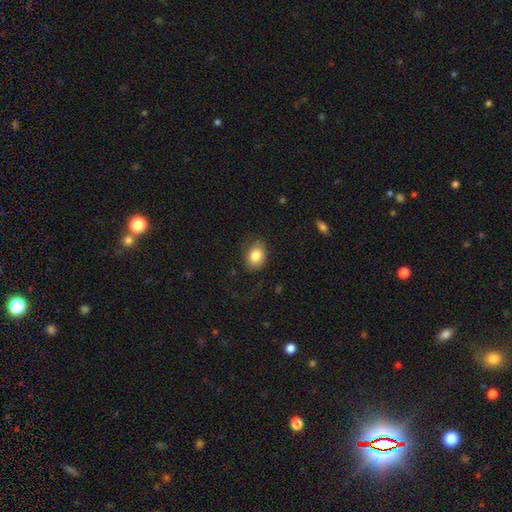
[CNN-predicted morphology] smooth 84%, star or artifact 8%, featured or disk 8%. Down the decision tree: how rounded — in between (68%); merging — none (77%).